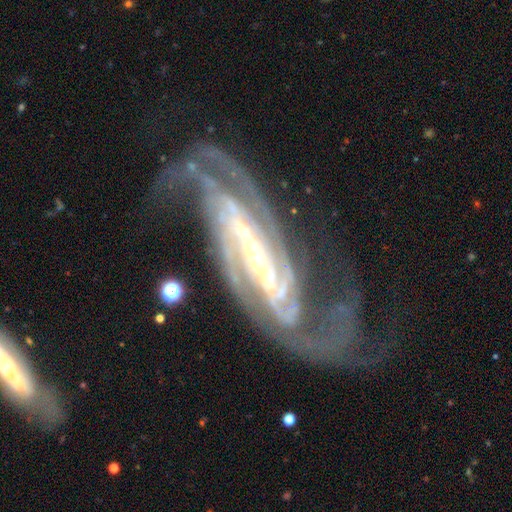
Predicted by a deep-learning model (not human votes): Smooth or featured: featured or disk — 93% (star or artifact — 5%)
Edge-on disk: no — 94% (yes — 6%)
Bar: strong — 69% (weak — 21%)
Spiral arms: yes — 98% (no — 2%)
Spiral winding: medium — 45% (tight — 43%)
Spiral arm count: 2 — 51% (3 — 18%)
Bulge size: small — 63% (moderate — 29%)
Merging: none — 58% (major disturbance — 21%)